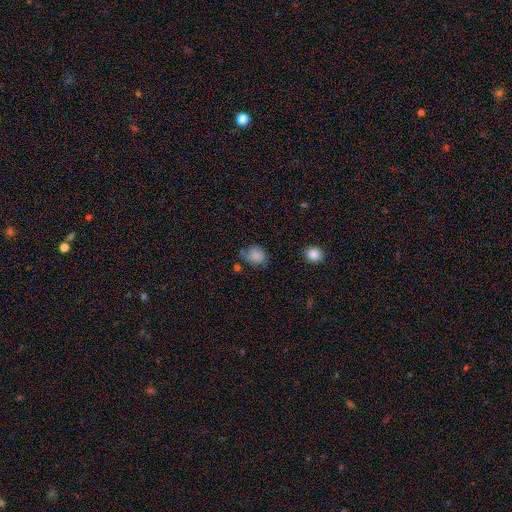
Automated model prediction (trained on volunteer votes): smooth 80%, star or artifact 11%, featured or disk 9%. Down the decision tree: how rounded — round (55%); merging — none (51%).